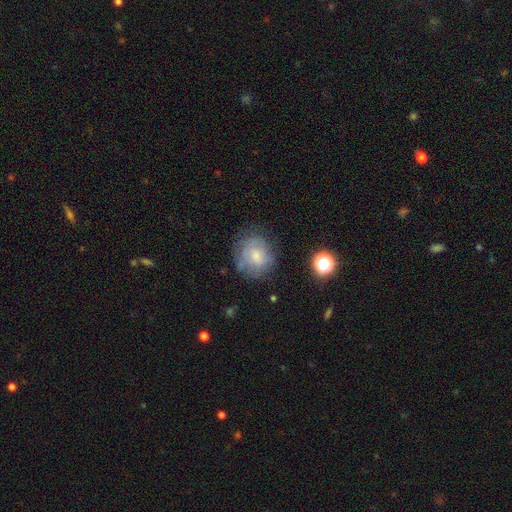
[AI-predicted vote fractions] Smooth or featured?
  - smooth: 62% *
  - featured or disk: 28%
  - star or artifact: 10%
How rounded?
  - round: 80% *
  - in between: 19%
  - cigar-shaped: 1%
Merging?
  - none: 64% *
  - minor disturbance: 22%
  - major disturbance: 11%
  - merger: 3%